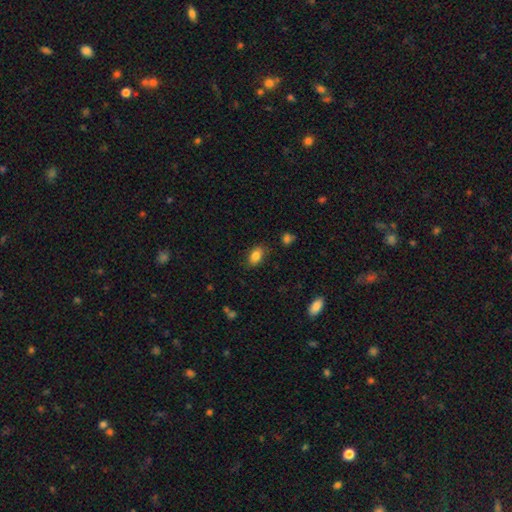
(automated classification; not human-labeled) Morphology: type=smooth (84%); roundness=in between (86%); merging=none (80%).